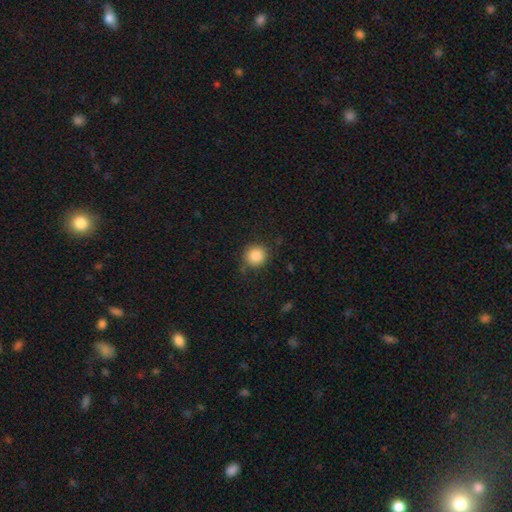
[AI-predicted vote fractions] smooth_or_featured: smooth (p=0.86) [alt: star or artifact p=0.10]
how_rounded: round (p=0.93) [alt: in between p=0.06]
merging: none (p=0.83) [alt: minor disturbance p=0.11]